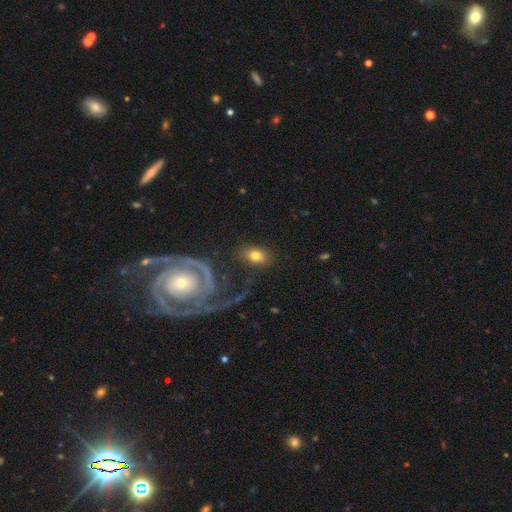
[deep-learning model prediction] Smooth or featured: smooth — 69% (featured or disk — 22%)
How rounded: in between — 81% (round — 16%)
Merging: none — 75% (minor disturbance — 13%)